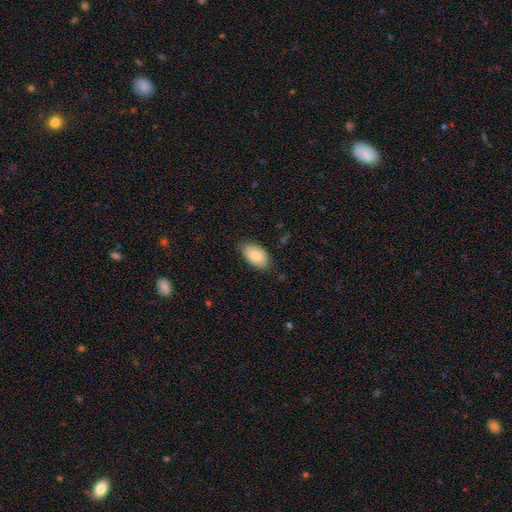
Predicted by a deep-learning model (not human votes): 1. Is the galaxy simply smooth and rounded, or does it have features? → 77% smooth, 16% featured or disk, 6% star or artifact.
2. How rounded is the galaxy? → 92% in between, 7% round, 1% cigar-shaped.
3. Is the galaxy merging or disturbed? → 77% none, 19% minor disturbance, 3% major disturbance, 1% merger.